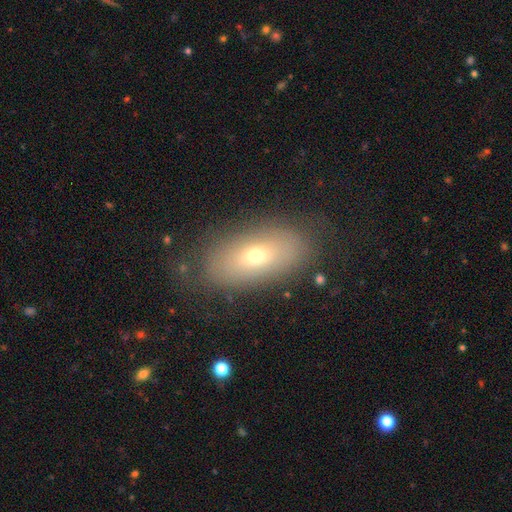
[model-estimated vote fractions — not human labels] smooth_or_featured: smooth (p=0.61) [alt: featured or disk p=0.28]
how_rounded: in between (p=0.86) [alt: cigar-shaped p=0.08]
merging: none (p=0.81) [alt: minor disturbance p=0.13]